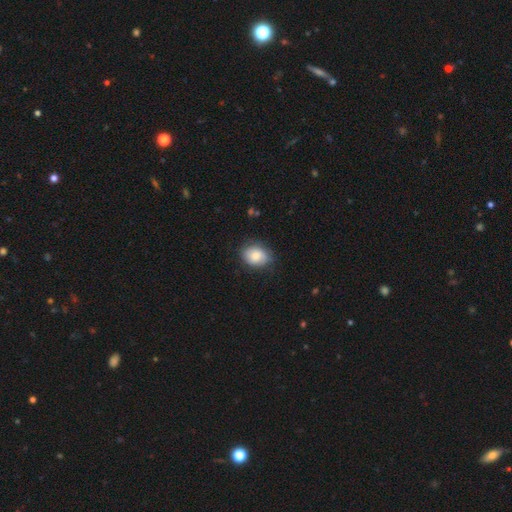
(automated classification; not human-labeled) Overall: smooth (78%). How rounded: in between (57%; round 43%). Merging: none (73%).